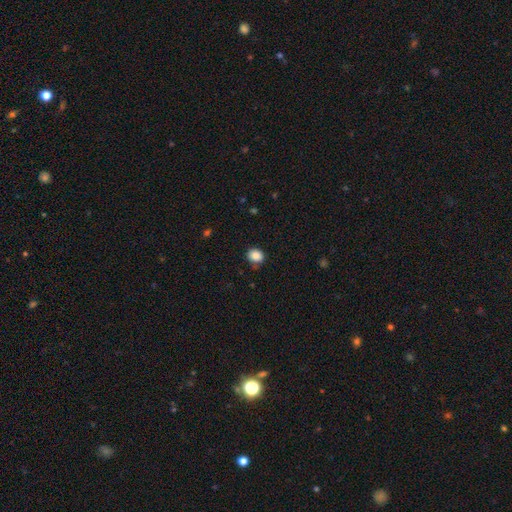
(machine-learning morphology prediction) A smooth galaxy with no disk features (87%) that is round (50%). Merging: none (83%).